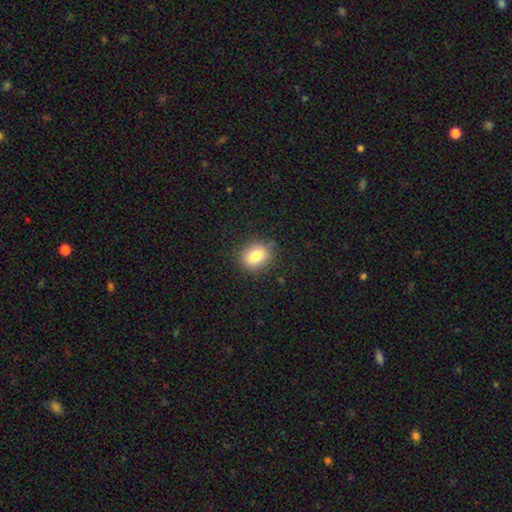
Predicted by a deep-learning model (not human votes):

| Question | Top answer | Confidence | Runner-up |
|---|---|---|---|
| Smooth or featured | smooth | 81% | star or artifact (10%) |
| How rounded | in between | 57% | round (42%) |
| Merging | none | 83% | minor disturbance (13%) |